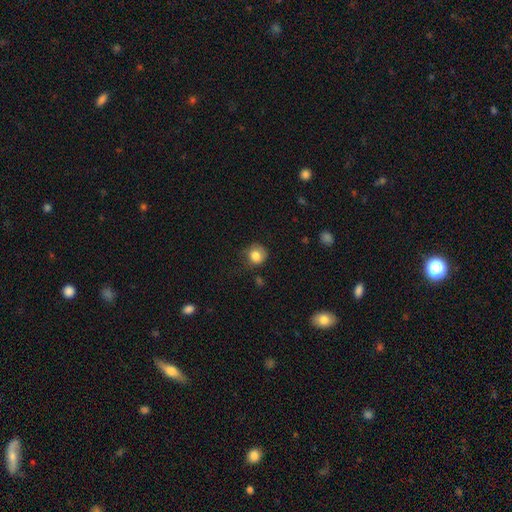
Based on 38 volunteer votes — smooth-or-featured: smooth: 74% | featured or disk: 24% | star or artifact: 3%
  how-rounded: round: 64% | in between: 36% | cigar-shaped: 0%
  merging: none: 46% | minor disturbance: 30% | major disturbance: 24% | merger: 0%